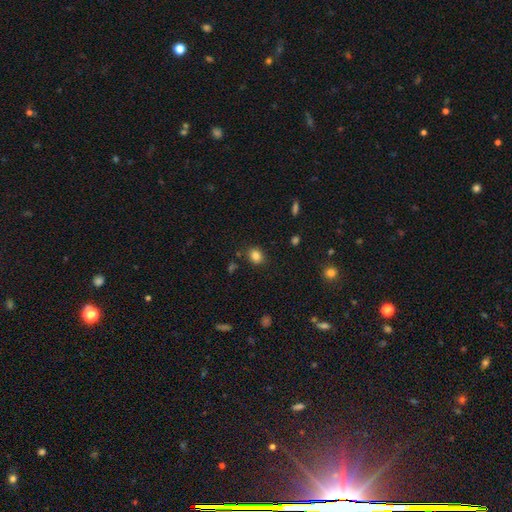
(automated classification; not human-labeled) The model was most divided on "how rounded": round: 60%, in between: 39%, cigar-shaped: 1%. More confident: smooth or featured — smooth (84%); merging — none (84%).